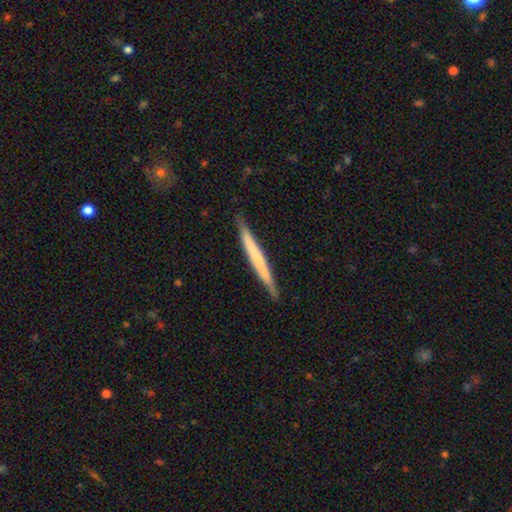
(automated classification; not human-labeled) Morphology: type=smooth (52%); roundness=cigar-shaped (97%); merging=none (89%).